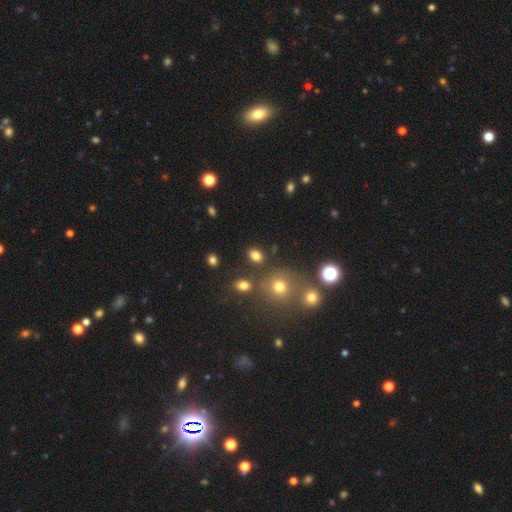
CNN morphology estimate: Smooth or featured? Predicted: smooth (p=0.79). How rounded? Predicted: in between (p=0.63). Merging? Predicted: none (p=0.80).